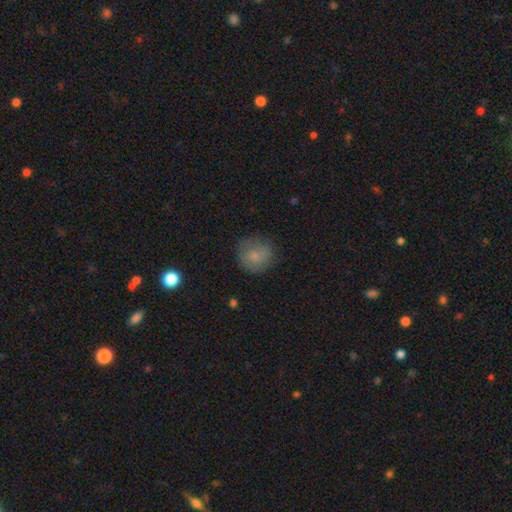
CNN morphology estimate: Smooth or featured? smooth (73%)
How rounded? round (87%)
Merging? none (76%)